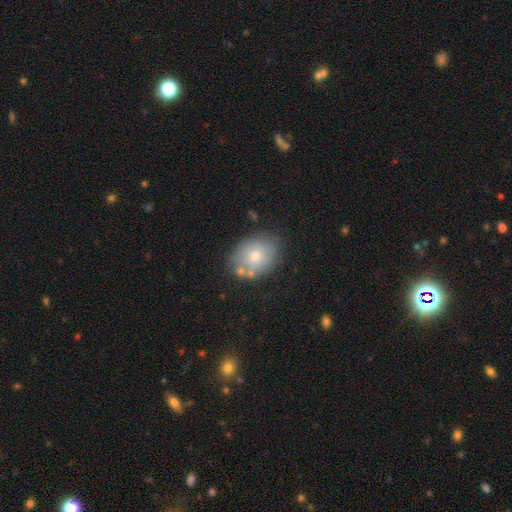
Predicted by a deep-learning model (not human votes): Smooth or featured: smooth — 70% (featured or disk — 21%)
How rounded: in between — 56% (round — 43%)
Merging: none — 69% (minor disturbance — 17%)